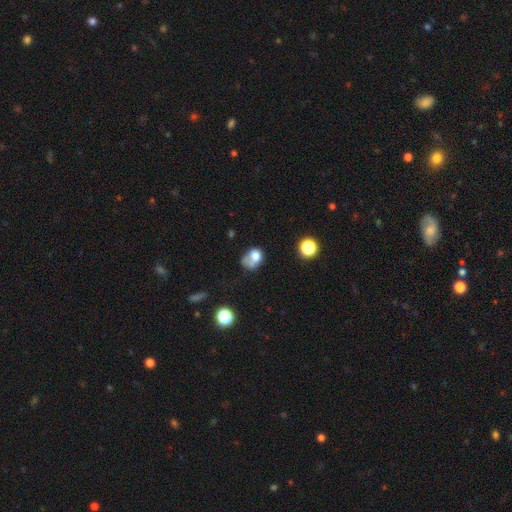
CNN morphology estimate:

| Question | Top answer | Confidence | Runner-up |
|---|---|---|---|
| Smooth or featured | smooth | 66% | featured or disk (21%) |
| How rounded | in between | 52% | round (47%) |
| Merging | merger | 29% | none (27%) |